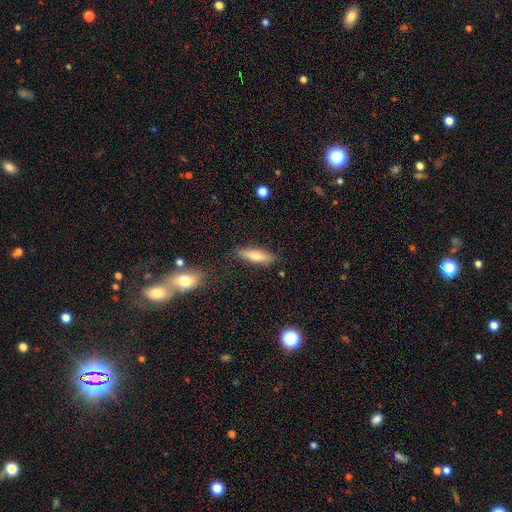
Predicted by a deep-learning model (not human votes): Smooth or featured? smooth (68%)
How rounded? cigar-shaped (59%)
Merging? none (83%)